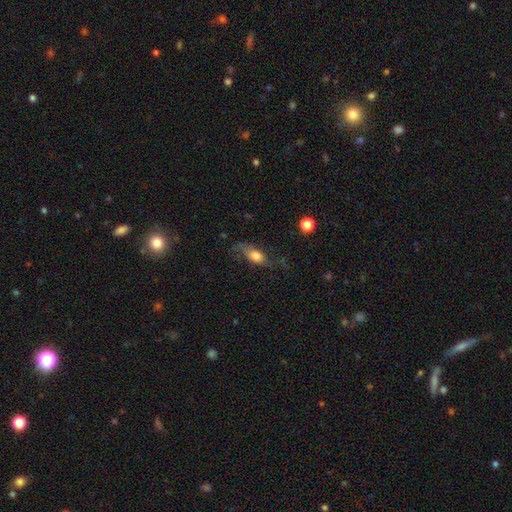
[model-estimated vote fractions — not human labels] smooth 57%, featured or disk 34%, star or artifact 9%. Down the decision tree: how rounded — in between (73%); merging — none (45%).